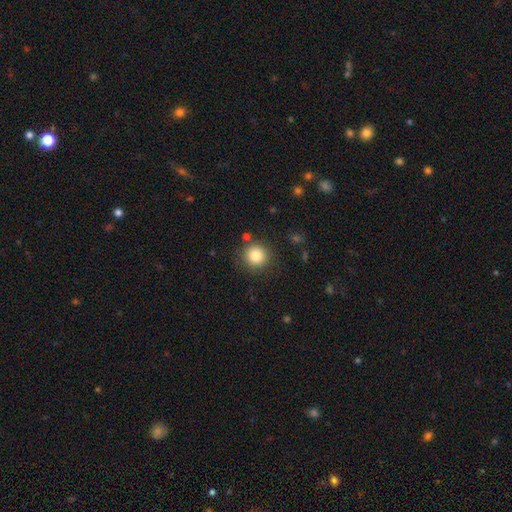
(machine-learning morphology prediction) Q: Smooth or featured?
A: smooth (83%); runner-up: star or artifact (11%)
Q: How rounded?
A: round (94%); runner-up: in between (5%)
Q: Merging?
A: none (86%); runner-up: minor disturbance (8%)